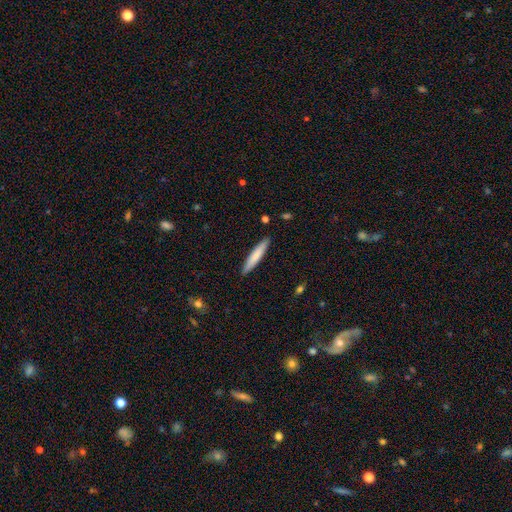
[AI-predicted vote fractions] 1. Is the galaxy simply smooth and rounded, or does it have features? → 76% smooth, 19% featured or disk, 5% star or artifact.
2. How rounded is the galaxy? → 92% cigar-shaped, 7% in between, 1% round.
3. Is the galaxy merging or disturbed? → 90% none, 7% minor disturbance, 1% major disturbance, 1% merger.